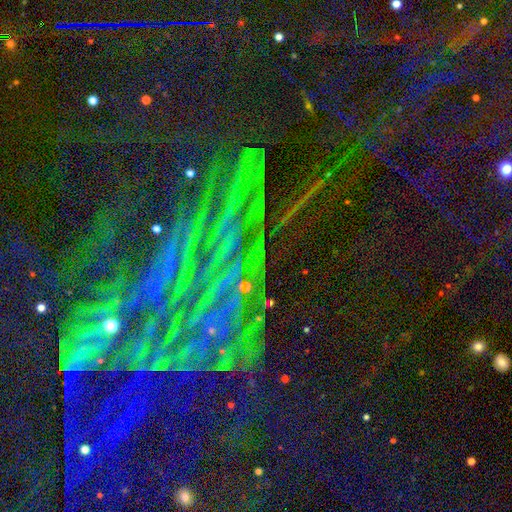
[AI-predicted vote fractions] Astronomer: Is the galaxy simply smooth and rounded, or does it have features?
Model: star or artifact — 81%.